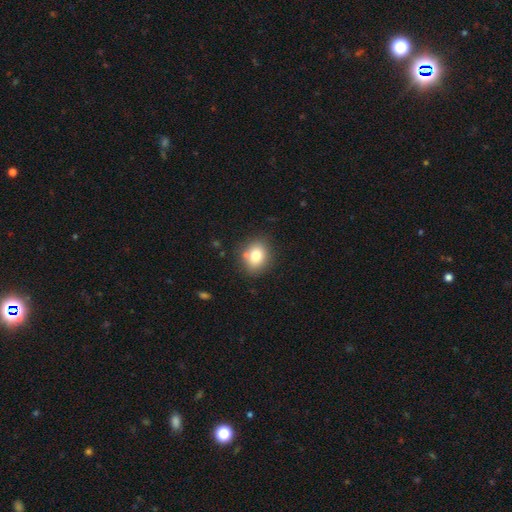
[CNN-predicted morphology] Smooth or featured?
  - smooth: 78% *
  - featured or disk: 11%
  - star or artifact: 10%
How rounded?
  - round: 56% *
  - in between: 43%
  - cigar-shaped: 1%
Merging?
  - none: 79% *
  - minor disturbance: 12%
  - merger: 6%
  - major disturbance: 3%